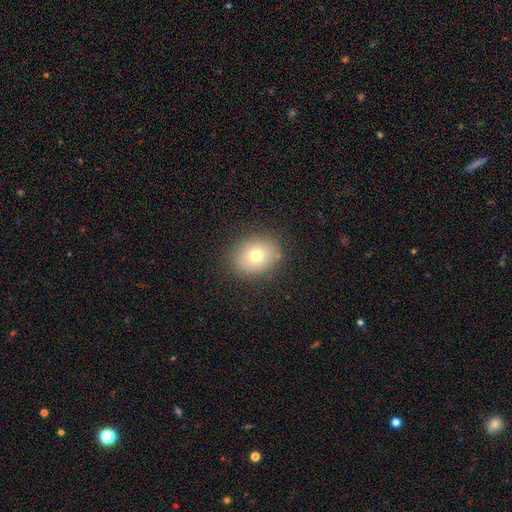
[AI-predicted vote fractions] This is likely a smooth galaxy (72%). How rounded: possibly round (51%). Merging: clearly none (85%).